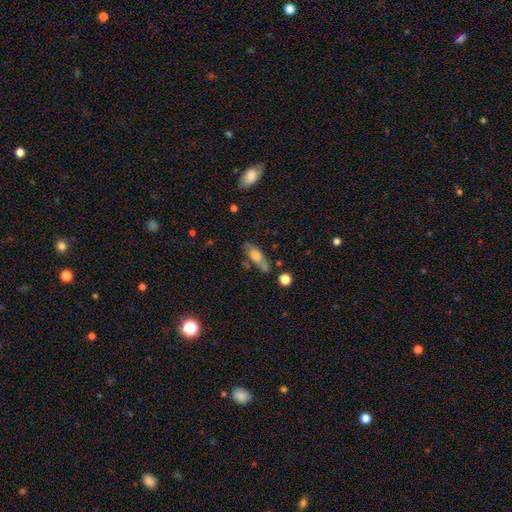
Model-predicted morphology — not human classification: A smooth galaxy with no disk features (65%) that is in between round and cigar-shaped (66%). Merging: none (53%).